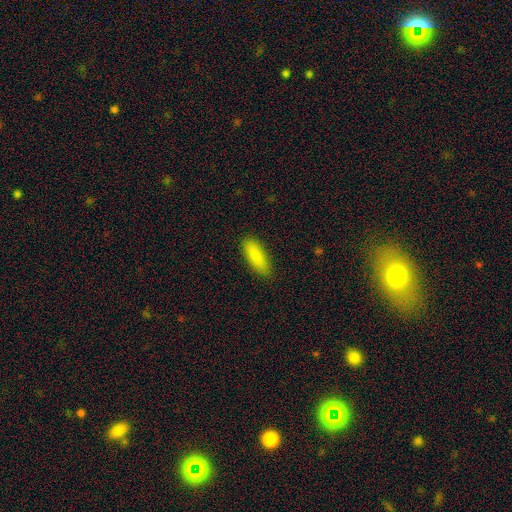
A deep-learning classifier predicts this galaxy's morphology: Overall: smooth (85%). How rounded: in between (67%; cigar-shaped 31%). Merging: none (87%).